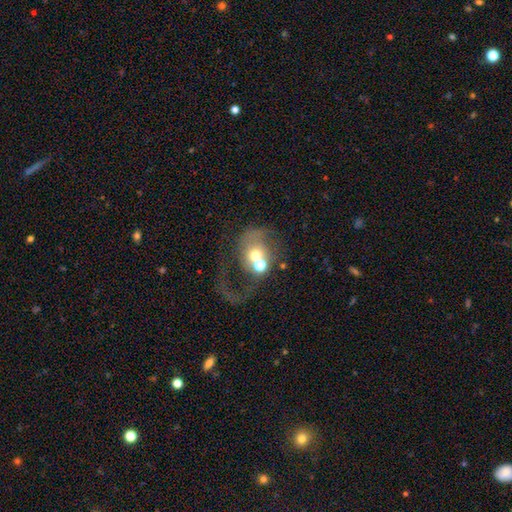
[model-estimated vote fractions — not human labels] Smooth or featured? Predicted: featured or disk (p=0.53). Edge-on disk? Predicted: no (p=0.97). Bar? Predicted: no (p=0.76). Spiral arms? Predicted: yes (p=0.59). Bulge size? Predicted: moderate (p=0.57). Merging? Predicted: merger (p=0.45).